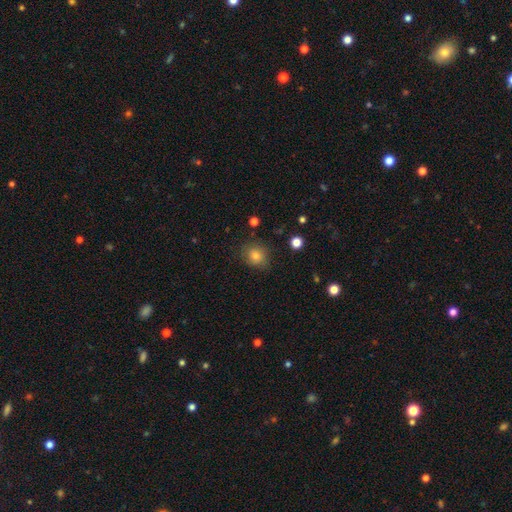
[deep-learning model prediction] A smooth galaxy with no disk features (78%) that is round (79%). Merging: none (82%).